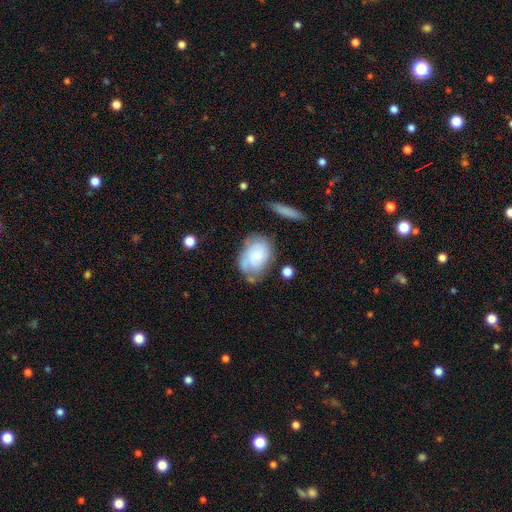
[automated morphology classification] A featured or disk galaxy (52%) with no bar (74%), spiral arms (79%) and a small central bulge (41%).

Vote fractions:
- Smooth or featured? featured or disk: 52% / smooth: 40% / star or artifact: 8%
- Edge-on disk? no: 97% / yes: 3%
- Bar? no: 74% / weak: 22% / strong: 4%
- Spiral arms? yes: 79% / no: 21%
- Bulge size? small: 41% / none: 29% / moderate: 18% / large: 9% / dominant: 3%
- Merging? none: 53% / minor disturbance: 26% / major disturbance: 15% / merger: 6%